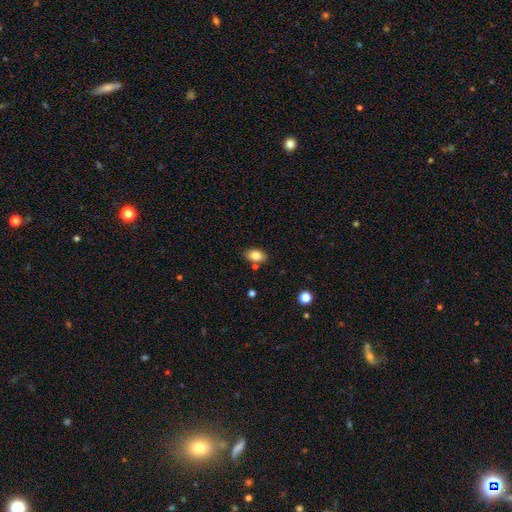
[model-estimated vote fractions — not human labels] A smooth galaxy with no disk features (82%) that is in between round and cigar-shaped (87%). Merging: none (80%).